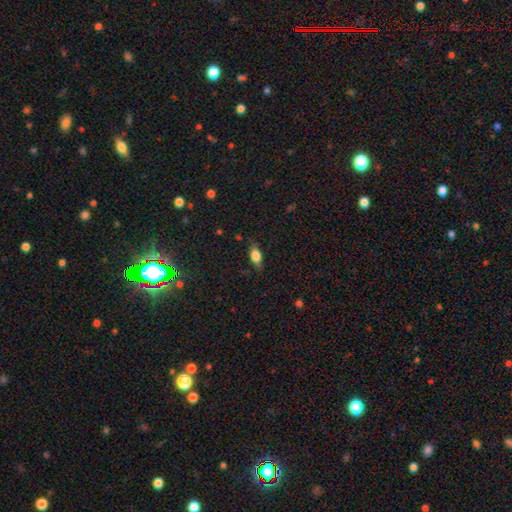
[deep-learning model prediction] Smooth or featured: smooth — 71% (featured or disk — 20%)
How rounded: in between — 80% (cigar-shaped — 15%)
Merging: none — 77% (minor disturbance — 18%)